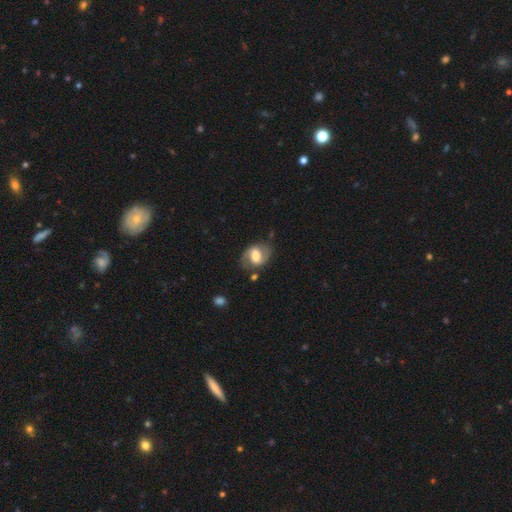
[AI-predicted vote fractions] smooth-or-featured: featured or disk: 57% | smooth: 36% | star or artifact: 7%
  disk-edge-on: no: 95% | yes: 5%
    bar: weak: 42% | strong: 34% | no: 24%
    has-spiral-arms: yes: 76% | no: 24%
    bulge-size: moderate: 46% | large: 32% | small: 14% | dominant: 5% | none: 4%
  merging: none: 66% | minor disturbance: 20% | major disturbance: 9% | merger: 4%